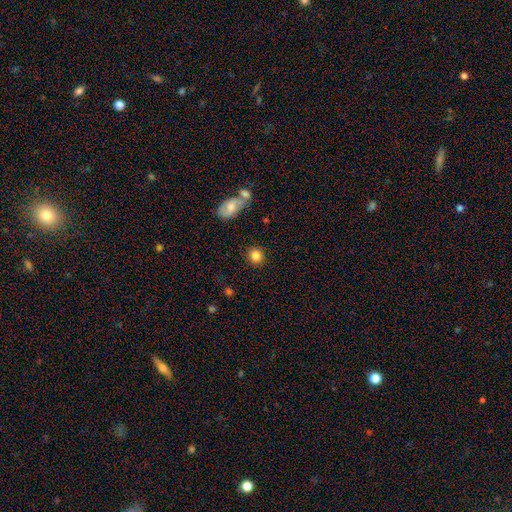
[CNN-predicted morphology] Smooth or featured?
  - smooth: 85% *
  - star or artifact: 9%
  - featured or disk: 6%
How rounded?
  - round: 87% *
  - in between: 11%
  - cigar-shaped: 1%
Merging?
  - none: 86% *
  - minor disturbance: 8%
  - merger: 3%
  - major disturbance: 3%